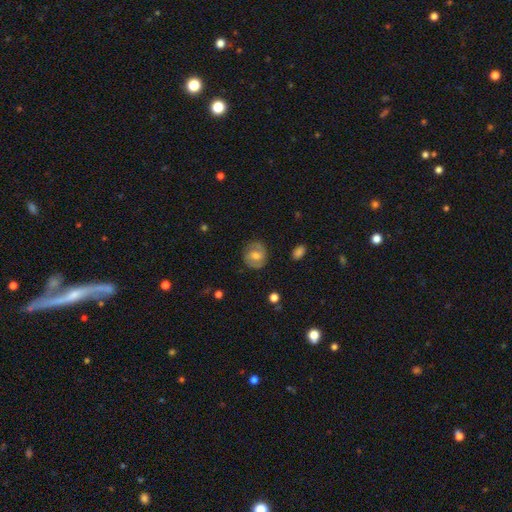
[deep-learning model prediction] A featured or disk galaxy (53%) with a weak bar (46%), spiral arms (76%) and a moderate central bulge (63%). Merging: none (78%).